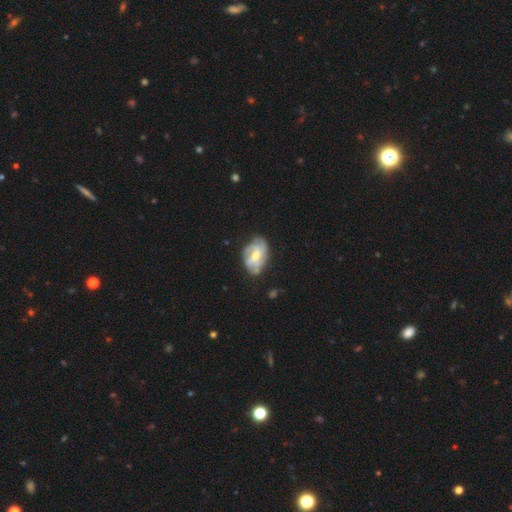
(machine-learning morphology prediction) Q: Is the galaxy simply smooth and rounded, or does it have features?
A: featured or disk — 67%.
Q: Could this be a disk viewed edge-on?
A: no — 96%.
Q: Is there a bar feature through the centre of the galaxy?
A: weak — 48%.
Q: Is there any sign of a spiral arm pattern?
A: yes — 78%.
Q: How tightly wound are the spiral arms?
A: tight — 40%.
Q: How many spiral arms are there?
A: can't tell — 37%.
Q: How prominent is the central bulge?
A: moderate — 58%.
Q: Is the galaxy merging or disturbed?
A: none — 60%.